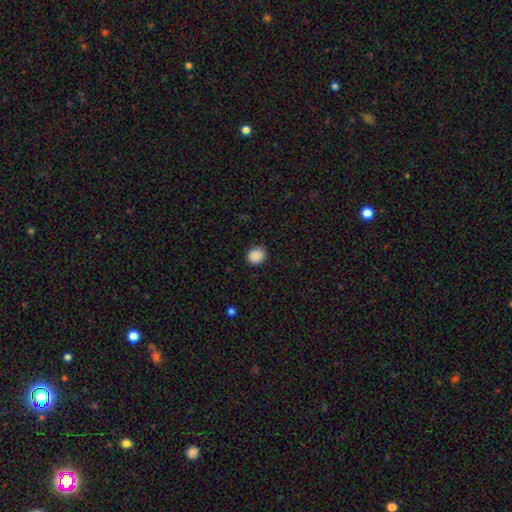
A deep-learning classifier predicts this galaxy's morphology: A smooth galaxy with no disk features (89%) that is round (75%). Merging: none (85%).